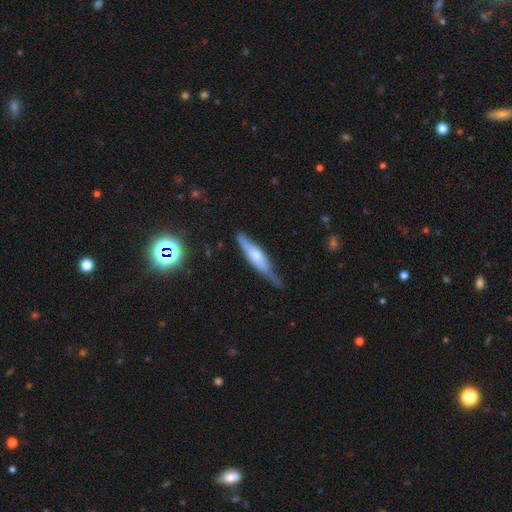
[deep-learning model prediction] This is possibly a featured or disk galaxy (51%). It is clearly viewed edge-on (88%). Merging: possibly none (58%).